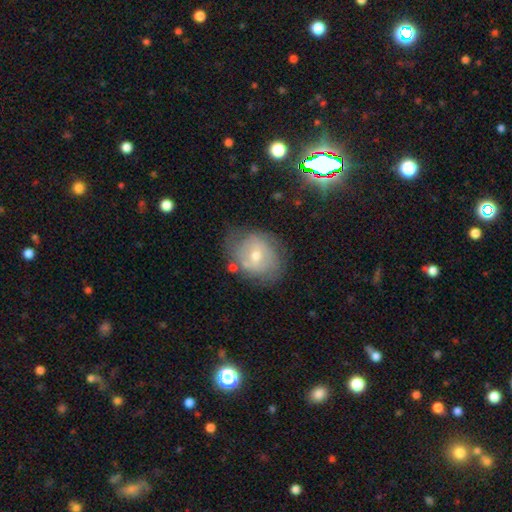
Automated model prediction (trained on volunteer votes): smooth_or_featured: featured or disk (p=0.53) [alt: smooth p=0.37]
disk_edge_on: no (p=0.95) [alt: yes p=0.05]
bar: no (p=0.46) [alt: weak p=0.42]
has_spiral_arms: yes (p=0.64) [alt: no p=0.36]
bulge_size: moderate (p=0.51) [alt: small p=0.45]
merging: none (p=0.65) [alt: minor disturbance p=0.22]